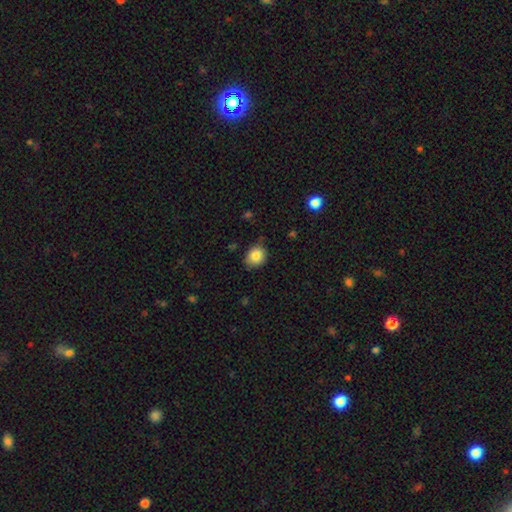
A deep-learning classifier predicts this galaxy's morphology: Q: Smooth or featured?
A: smooth (85%); runner-up: star or artifact (9%)
Q: How rounded?
A: round (65%); runner-up: in between (34%)
Q: Merging?
A: none (77%); runner-up: minor disturbance (19%)